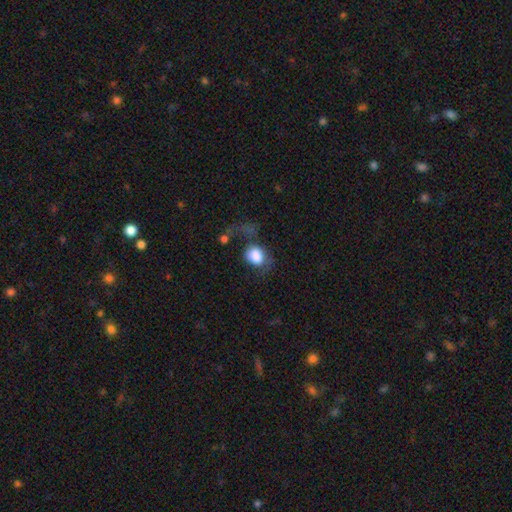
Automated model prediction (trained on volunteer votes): Smooth or featured? smooth (79%)
How rounded? in between (52%)
Merging? major disturbance (45%)